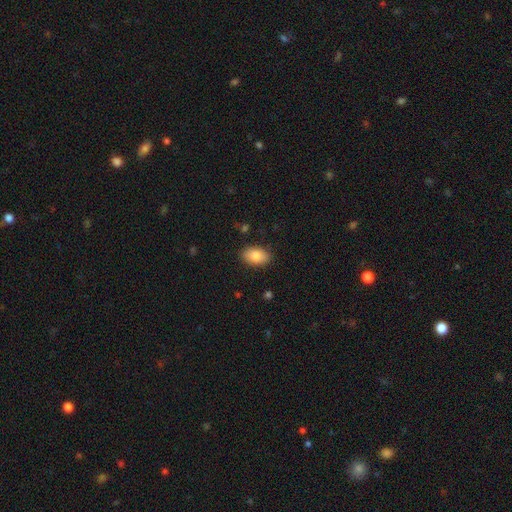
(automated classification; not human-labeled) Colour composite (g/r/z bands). It shows a smooth galaxy with no disk features (84%) that is in between round and cigar-shaped (91%). Merging: none (87%).